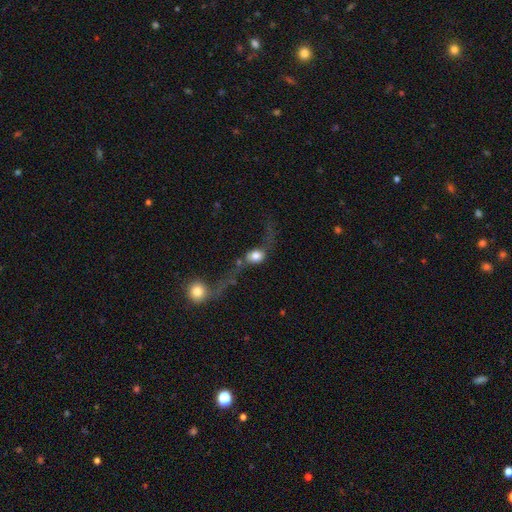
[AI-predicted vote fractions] smooth-or-featured: smooth: 51% | featured or disk: 39% | star or artifact: 10%
  how-rounded: round: 50% | in between: 44% | cigar-shaped: 5%
  merging: merger: 34% | major disturbance: 33% | none: 22% | minor disturbance: 12%